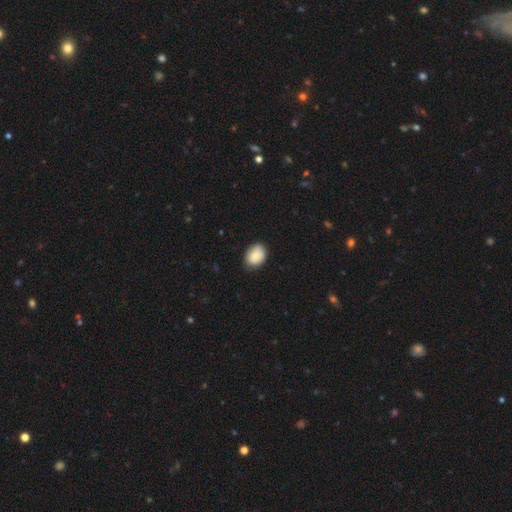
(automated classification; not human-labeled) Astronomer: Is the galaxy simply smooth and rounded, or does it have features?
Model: smooth — 85%.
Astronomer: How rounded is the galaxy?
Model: in between — 70%.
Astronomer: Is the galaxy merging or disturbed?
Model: none — 78%.